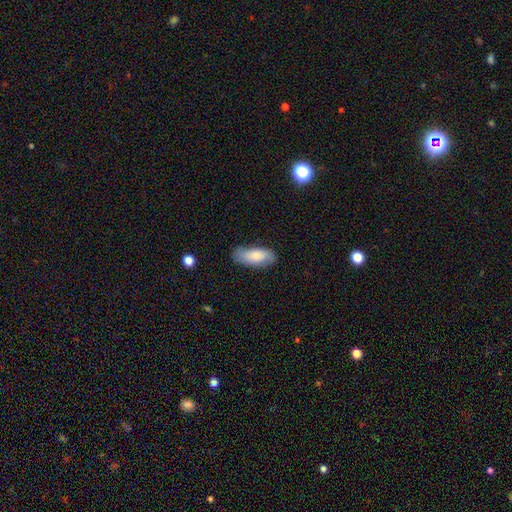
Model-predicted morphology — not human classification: Overall: smooth (77%). How rounded: in between (82%). Merging: none (74%).